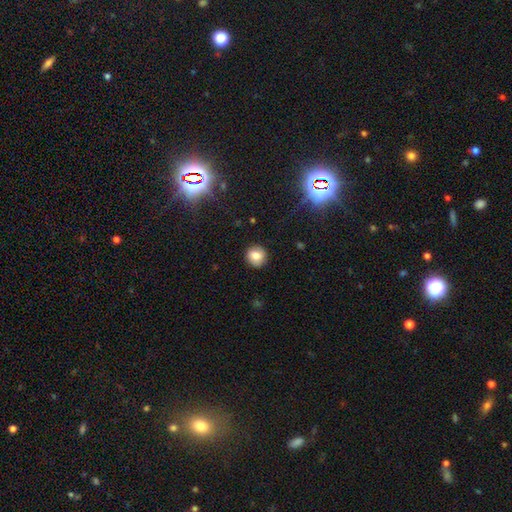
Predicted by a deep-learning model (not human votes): Smooth or featured? smooth (81%)
How rounded? round (89%)
Merging? none (90%)